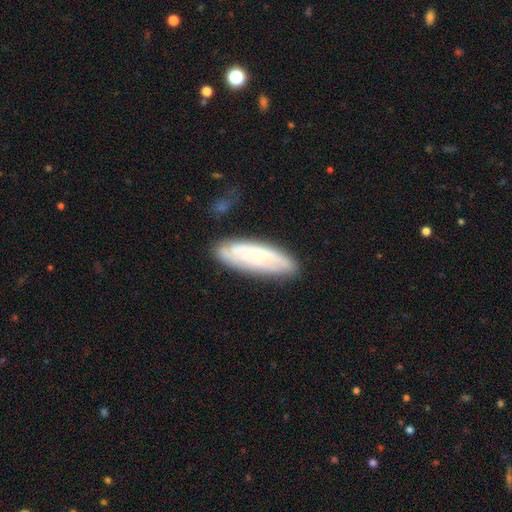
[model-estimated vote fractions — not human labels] Smooth or featured: featured or disk — 55% (smooth — 39%)
Edge-on disk: no — 77% (yes — 23%)
Merging: none — 76% (minor disturbance — 17%)